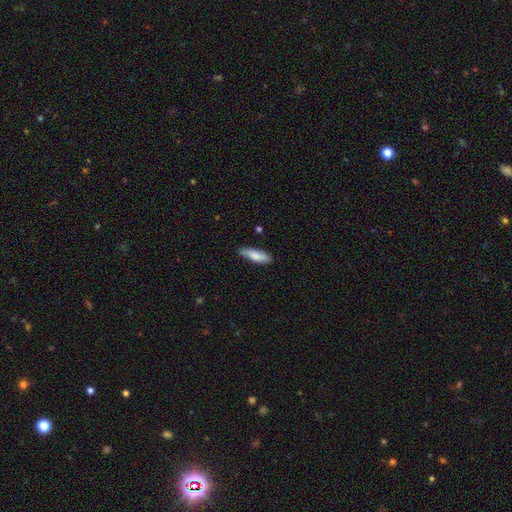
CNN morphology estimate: Smooth or featured? smooth (78%)
How rounded? cigar-shaped (55%)
Merging? none (81%)